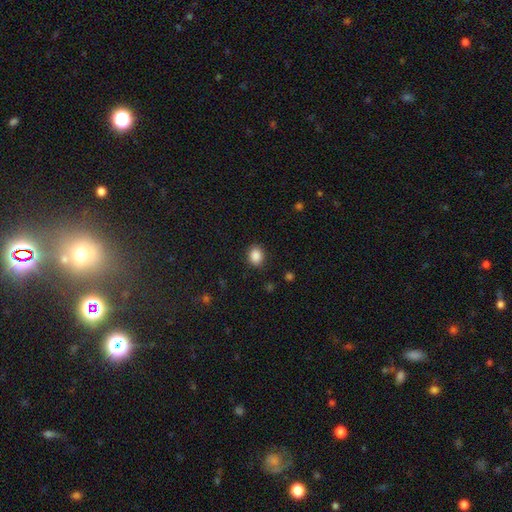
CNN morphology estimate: Smooth or featured? smooth (88%)
How rounded? round (50%)
Merging? none (87%)